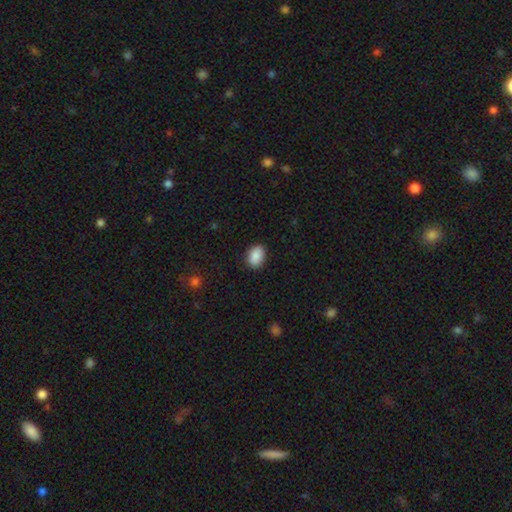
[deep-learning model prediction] smooth-or-featured: smooth: 89% | star or artifact: 7% | featured or disk: 4%
  how-rounded: in between: 80% | round: 19% | cigar-shaped: 1%
  merging: none: 87% | minor disturbance: 10% | major disturbance: 2% | merger: 1%